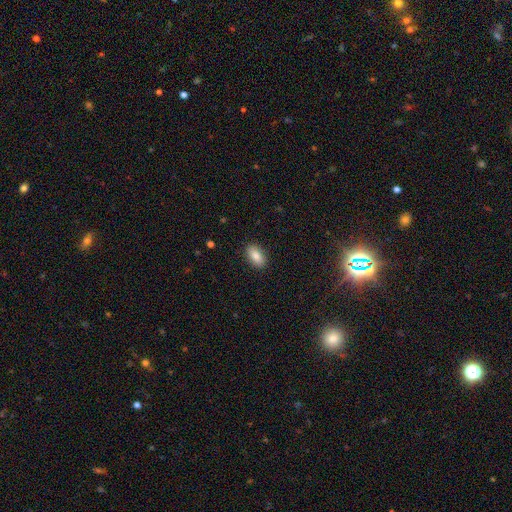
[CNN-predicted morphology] This is clearly a smooth galaxy (85%). How rounded: clearly in between (91%). Merging: clearly none (89%).